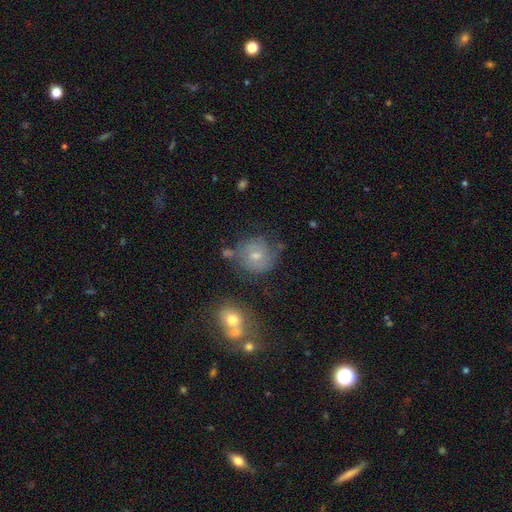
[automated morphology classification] smooth_or_featured: featured or disk (p=0.50) [alt: smooth p=0.40]
merging: none (p=0.64) [alt: minor disturbance p=0.19]